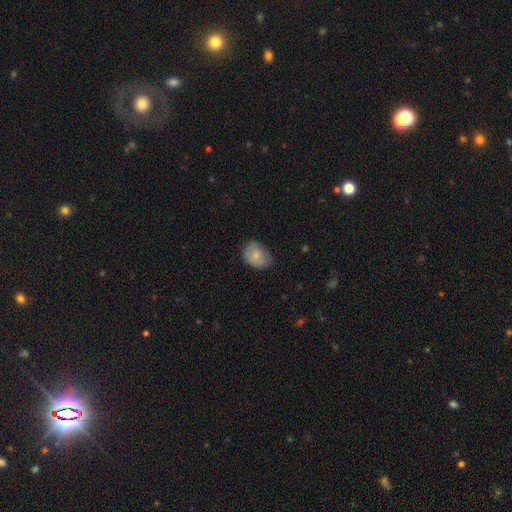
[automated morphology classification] The model was most divided on "merging": none: 61%, minor disturbance: 31%, major disturbance: 6%, merger: 1%. More confident: smooth or featured — smooth (78%); how rounded — in between (68%).